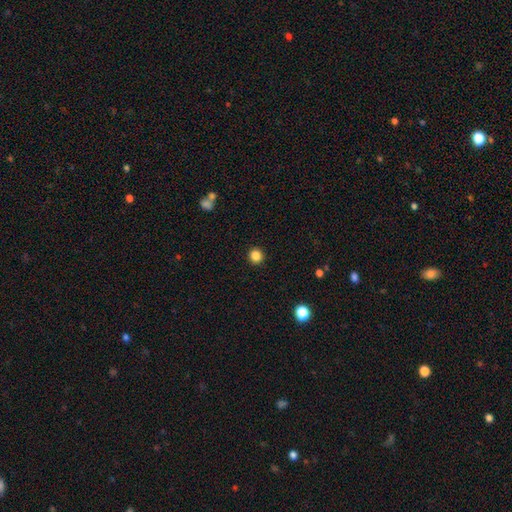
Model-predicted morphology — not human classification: Q: Smooth or featured?
A: smooth (84%); runner-up: star or artifact (12%)
Q: How rounded?
A: round (92%); runner-up: in between (7%)
Q: Merging?
A: none (92%); runner-up: minor disturbance (5%)